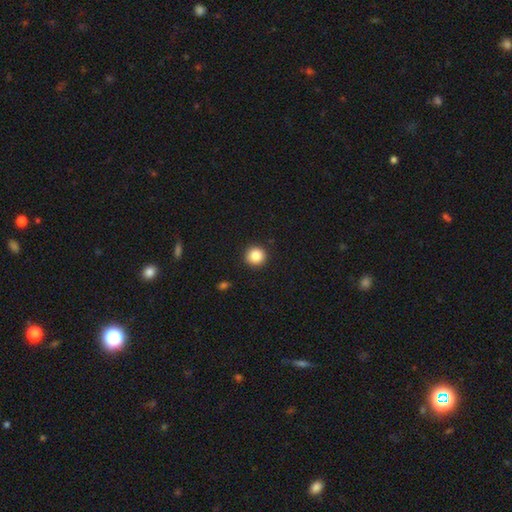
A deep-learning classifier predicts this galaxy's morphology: A smooth galaxy with no disk features (85%) that is round (95%).

Vote fractions:
- Smooth or featured? smooth: 85% / star or artifact: 10% / featured or disk: 5%
- How rounded? round: 95% / in between: 5% / cigar-shaped: 1%
- Merging? none: 93% / minor disturbance: 5% / major disturbance: 2% / merger: 1%